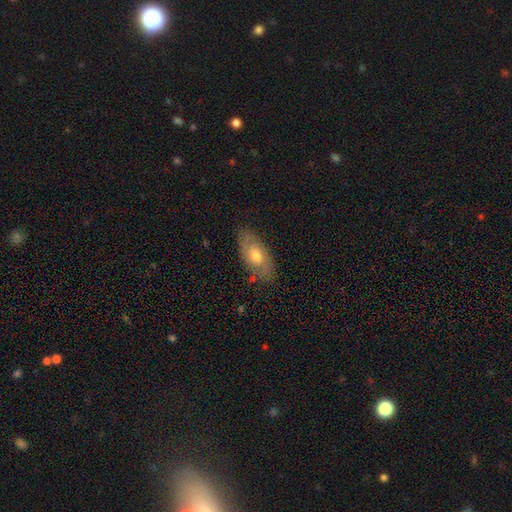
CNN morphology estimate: smooth 54%, featured or disk 40%, star or artifact 6%. Down the decision tree: how rounded — in between (89%); merging — none (79%).